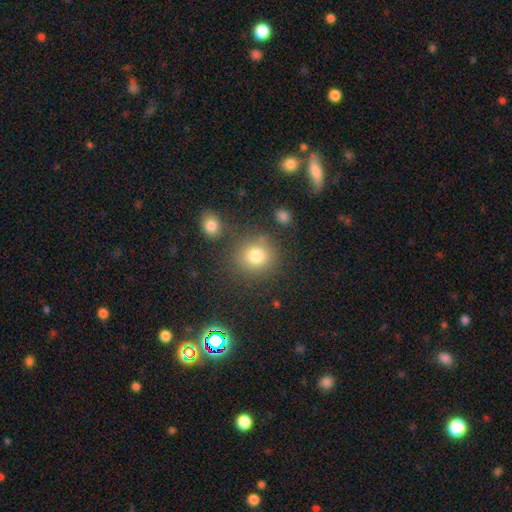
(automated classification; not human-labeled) A smooth galaxy with no disk features (79%) that is round (87%).

Vote fractions:
- Smooth or featured? smooth: 79% / star or artifact: 13% / featured or disk: 7%
- How rounded? round: 87% / in between: 12% / cigar-shaped: 1%
- Merging? none: 77% / minor disturbance: 10% / merger: 9% / major disturbance: 4%